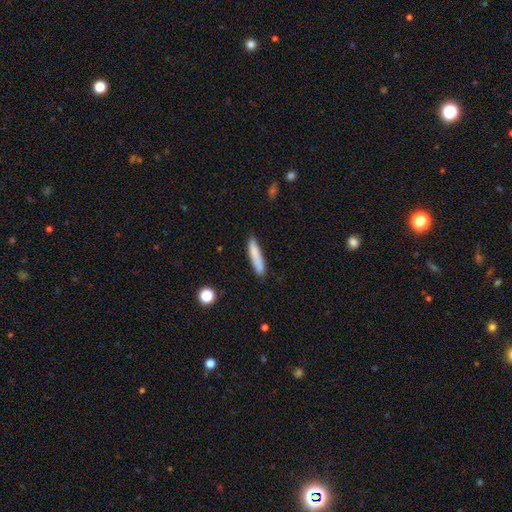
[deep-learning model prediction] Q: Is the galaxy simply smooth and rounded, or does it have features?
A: smooth — 81%.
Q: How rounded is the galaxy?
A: cigar-shaped — 89%.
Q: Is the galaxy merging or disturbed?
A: none — 83%.